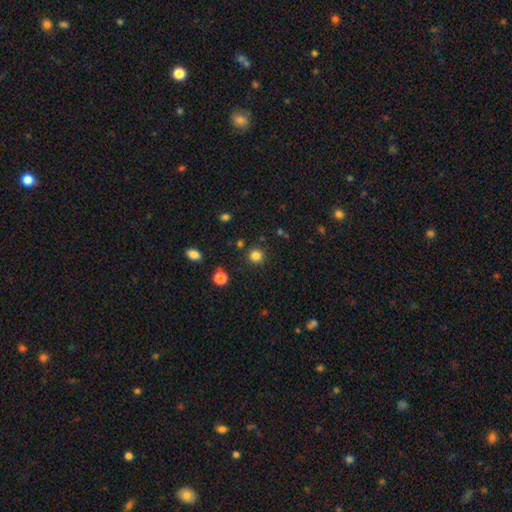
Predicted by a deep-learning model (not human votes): Overall: smooth (82%). How rounded: round (94%). Merging: none (89%).